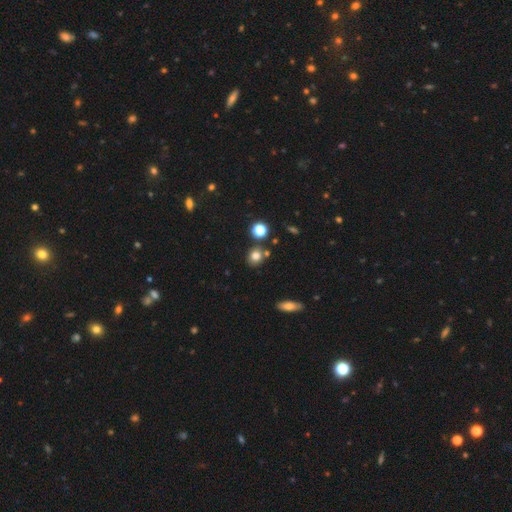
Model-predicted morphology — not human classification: A smooth galaxy with no disk features (78%) that is round (72%). Merging: none (73%).